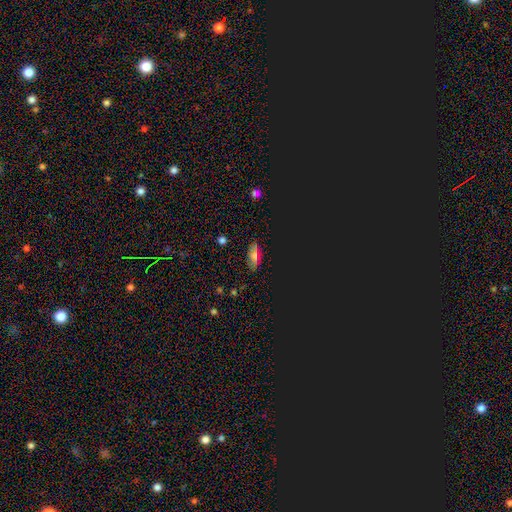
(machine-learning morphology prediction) Q: Smooth or featured?
A: smooth (51%); runner-up: star or artifact (35%)
Q: How rounded?
A: in between (82%); runner-up: cigar-shaped (11%)
Q: Merging?
A: none (84%); runner-up: minor disturbance (12%)